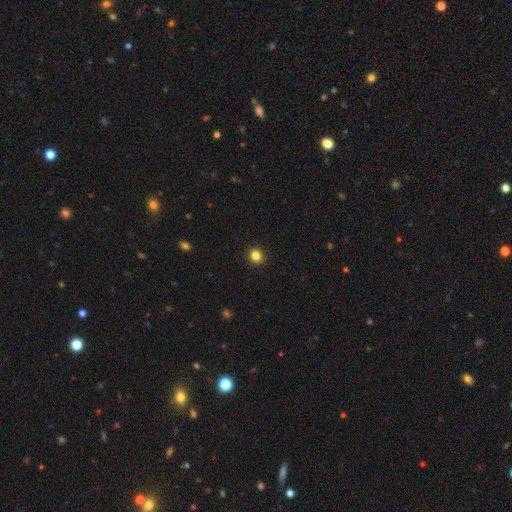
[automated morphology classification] type=smooth (83%); roundness=round (90%); merging=none (93%).